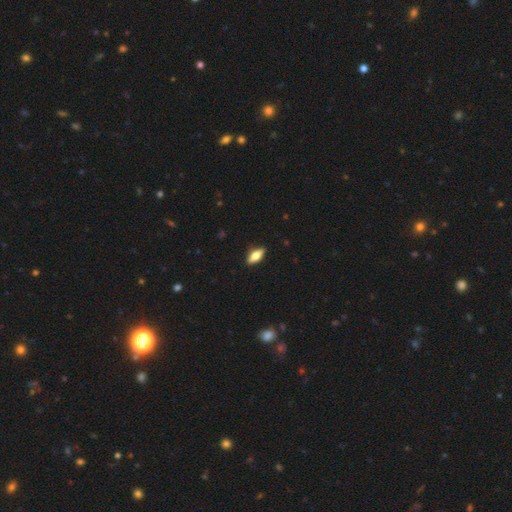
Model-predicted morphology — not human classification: This appears to be a smooth galaxy with no disk features (60%) that is in between round and cigar-shaped (75%). Merging: none (88%).